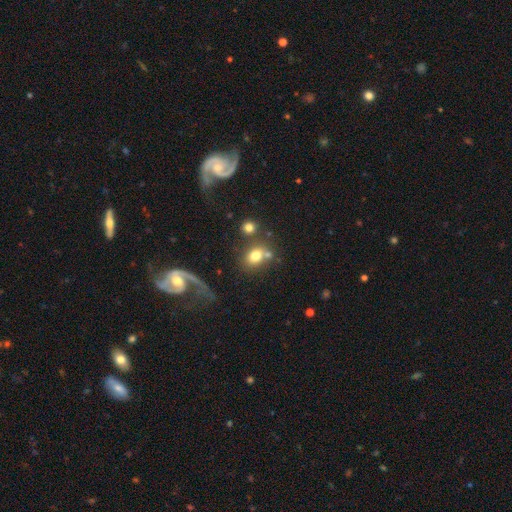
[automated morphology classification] smooth_or_featured: smooth (p=0.74) [alt: featured or disk p=0.15]
how_rounded: in between (p=0.51) [alt: round p=0.48]
merging: none (p=0.54) [alt: merger p=0.24]